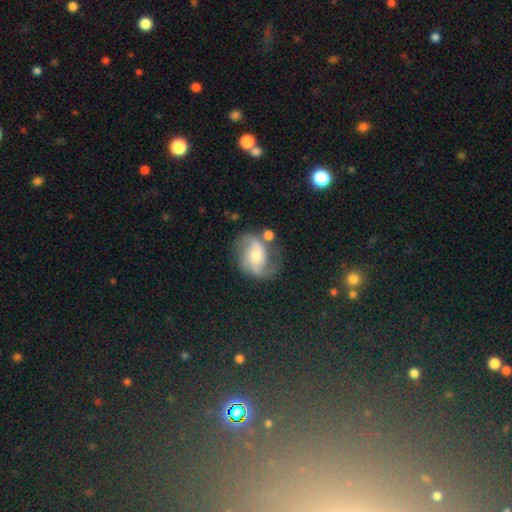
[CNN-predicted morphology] Smooth or featured? featured or disk (77%)
Edge-on disk? no (97%)
Bar? no (49%)
Spiral arms? yes (92%)
Spiral winding? loose (43%, tied with medium)
Spiral arm count? 2 (83%)
Bulge size? moderate (54%)
Merging? none (55%)